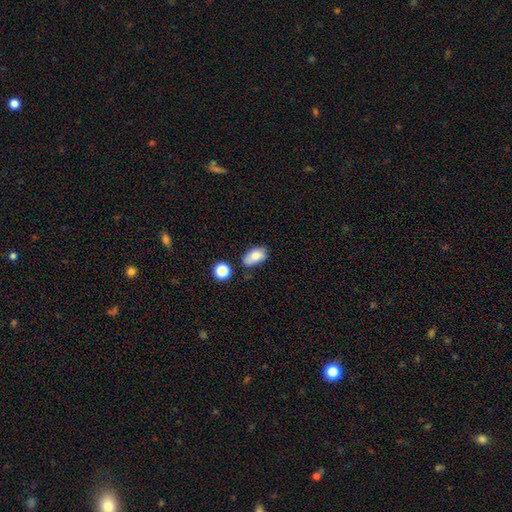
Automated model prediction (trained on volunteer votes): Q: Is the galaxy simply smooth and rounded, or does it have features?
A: smooth — 82%.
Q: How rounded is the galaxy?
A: in between — 91%.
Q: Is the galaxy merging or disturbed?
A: none — 63%.